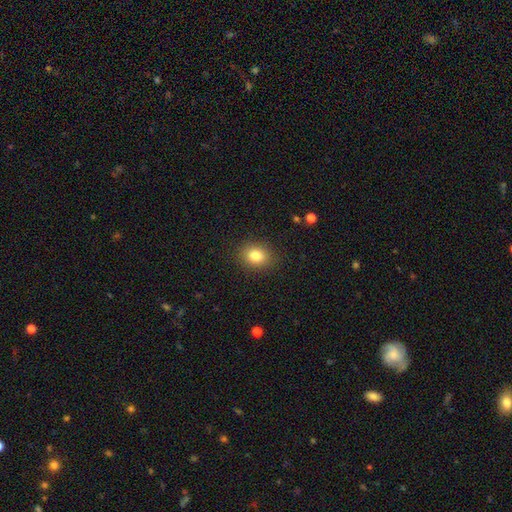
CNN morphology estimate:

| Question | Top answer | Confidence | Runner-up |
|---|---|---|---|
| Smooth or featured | smooth | 82% | star or artifact (11%) |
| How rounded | round | 58% | in between (41%) |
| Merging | none | 88% | minor disturbance (8%) |